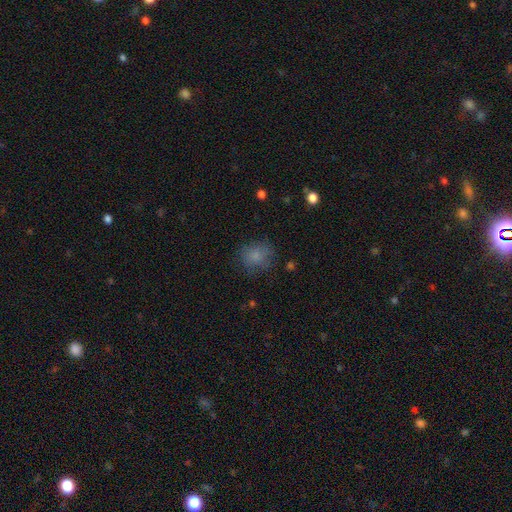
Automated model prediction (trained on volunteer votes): The model was most divided on "how rounded": round: 71%, in between: 28%, cigar-shaped: 1%. More confident: smooth or featured — smooth (80%); merging — none (72%).